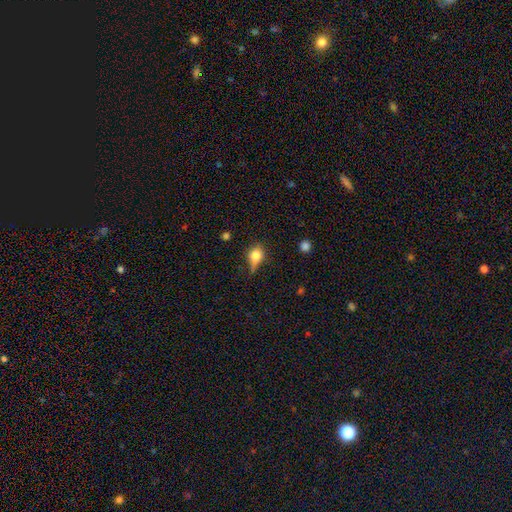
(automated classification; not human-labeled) A smooth galaxy with no disk features (73%) that is round (57%). Merging: none (45%).